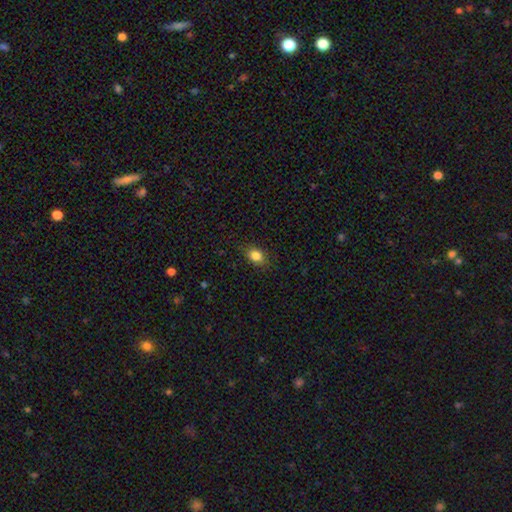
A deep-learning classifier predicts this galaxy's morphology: The model was most divided on "how rounded": in between: 70%, round: 28%, cigar-shaped: 2%. More confident: smooth or featured — smooth (85%); merging — none (84%).